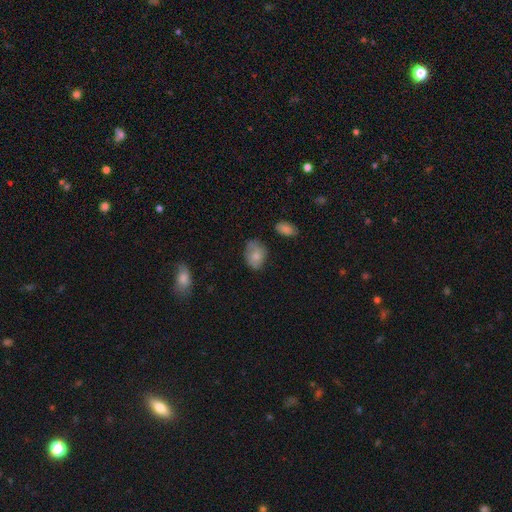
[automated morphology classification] This is likely a smooth galaxy (75%). How rounded: likely in between (71%). Merging: possibly none (59%).